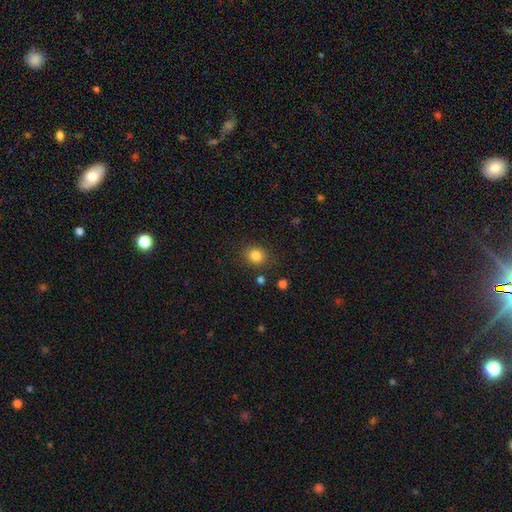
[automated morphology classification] smooth_or_featured: smooth (p=0.83) [alt: star or artifact p=0.12]
how_rounded: round (p=0.75) [alt: in between p=0.24]
merging: none (p=0.85) [alt: minor disturbance p=0.09]